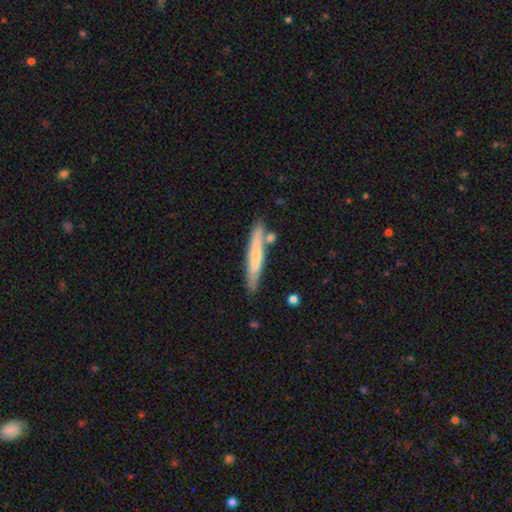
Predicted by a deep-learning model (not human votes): Smooth or featured?
  - smooth: 57% *
  - featured or disk: 37%
  - star or artifact: 6%
How rounded?
  - cigar-shaped: 93% *
  - in between: 5%
  - round: 1%
Merging?
  - none: 78% *
  - minor disturbance: 13%
  - merger: 7%
  - major disturbance: 2%